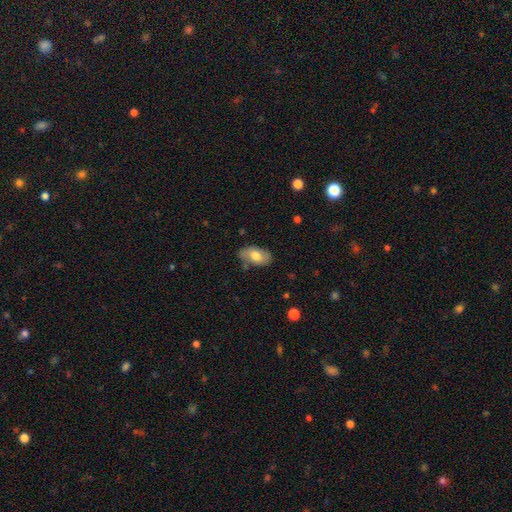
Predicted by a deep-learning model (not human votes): Morphology: type=smooth (65%); roundness=in between (92%); merging=none (72%).